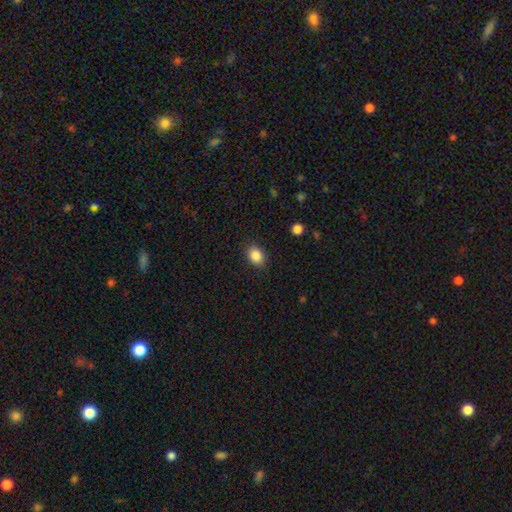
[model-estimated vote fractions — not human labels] A smooth galaxy with no disk features (87%) that is in between round and cigar-shaped (61%). Merging: none (88%).